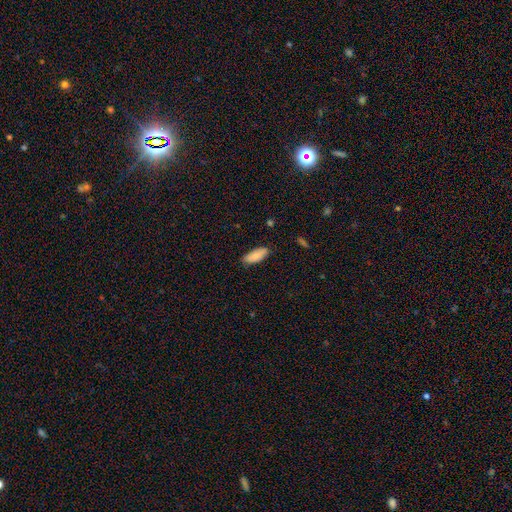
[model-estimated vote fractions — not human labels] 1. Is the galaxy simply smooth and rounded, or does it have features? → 87% smooth, 7% featured or disk, 6% star or artifact.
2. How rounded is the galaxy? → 79% in between, 19% cigar-shaped, 2% round.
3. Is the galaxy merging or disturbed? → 85% none, 12% minor disturbance, 2% major disturbance, 1% merger.